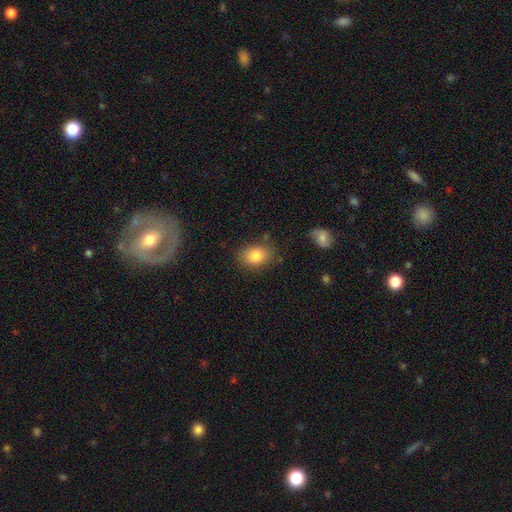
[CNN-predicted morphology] Overall: smooth (82%). How rounded: in between (69%; round 30%). Merging: none (80%).